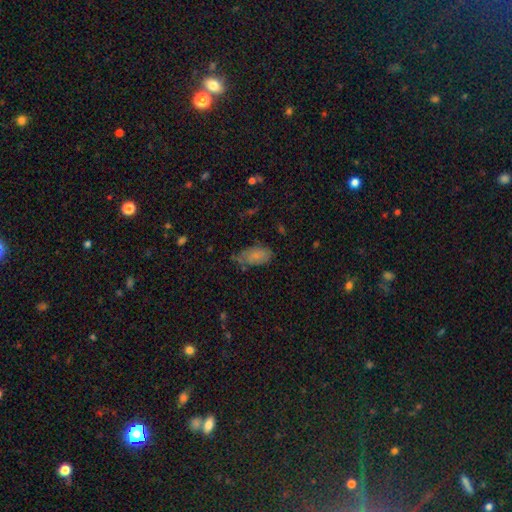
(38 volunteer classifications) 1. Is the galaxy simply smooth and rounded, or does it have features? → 71% smooth, 21% featured or disk, 8% star or artifact.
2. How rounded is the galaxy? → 96% in between, 4% round, 0% cigar-shaped.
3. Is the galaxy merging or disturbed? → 43% none, 37% minor disturbance, 14% merger, 6% major disturbance.